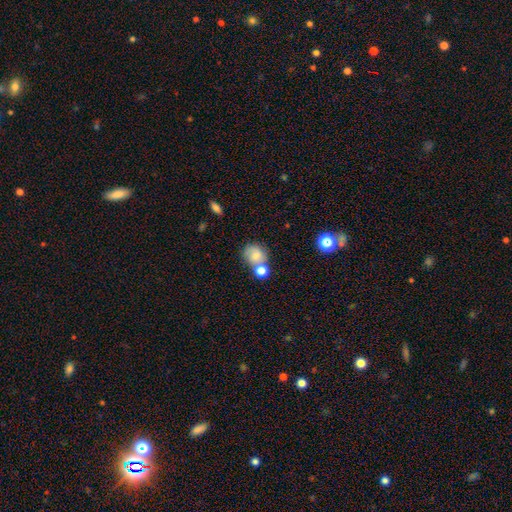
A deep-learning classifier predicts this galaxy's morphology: Smooth or featured? smooth (75%)
How rounded? round (71%)
Merging? none (45%)